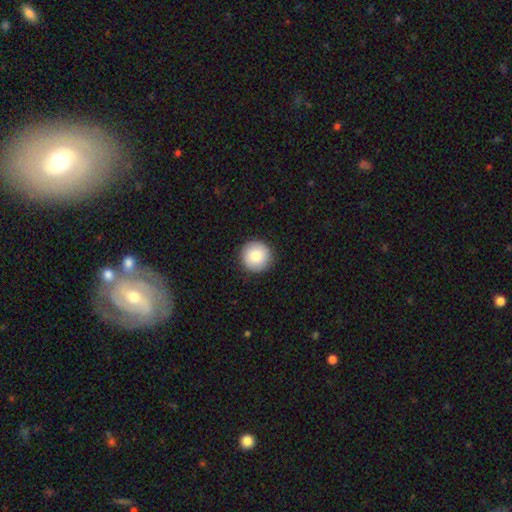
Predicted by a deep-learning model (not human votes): Q: Smooth or featured?
A: smooth (84%); runner-up: featured or disk (9%)
Q: How rounded?
A: round (96%); runner-up: in between (3%)
Q: Merging?
A: none (92%); runner-up: minor disturbance (6%)